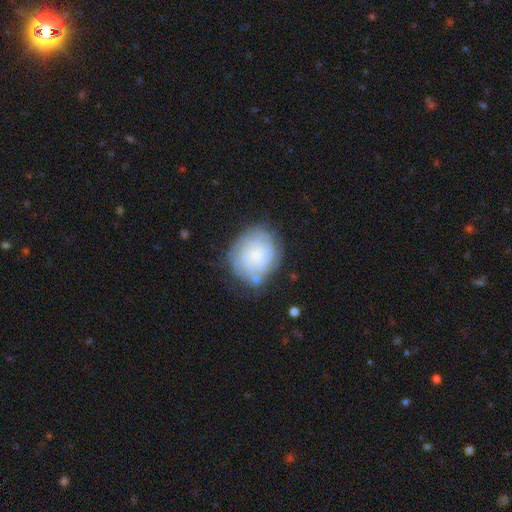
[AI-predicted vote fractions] A featured or disk galaxy (56%) with no bar (70%), spiral arms (84%) and a small central bulge (66%).

Vote fractions:
- Smooth or featured? featured or disk: 56% / smooth: 35% / star or artifact: 9%
- Edge-on disk? no: 98% / yes: 2%
- Bar? no: 70% / weak: 26% / strong: 4%
- Spiral arms? yes: 84% / no: 16%
- Bulge size? small: 66% / moderate: 15% / none: 15% / large: 3% / dominant: 1%
- Merging? none: 67% / minor disturbance: 21% / major disturbance: 8% / merger: 5%